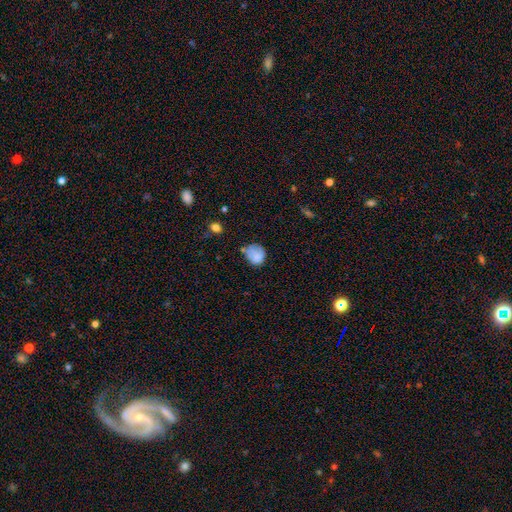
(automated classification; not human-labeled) Smooth or featured? smooth (76%)
How rounded? round (72%)
Merging? none (48%)